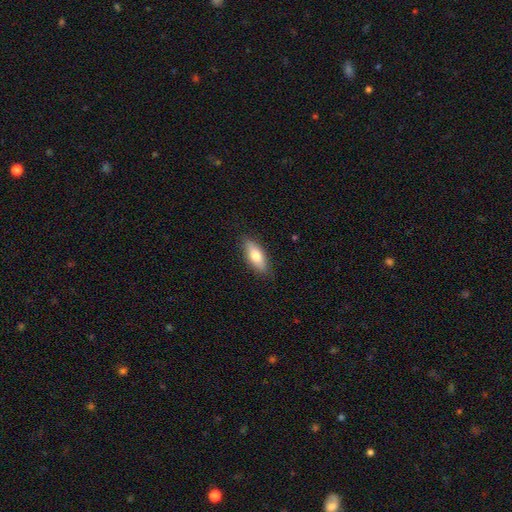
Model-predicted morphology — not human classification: type=smooth (75%); roundness=in between (73%); merging=none (85%).